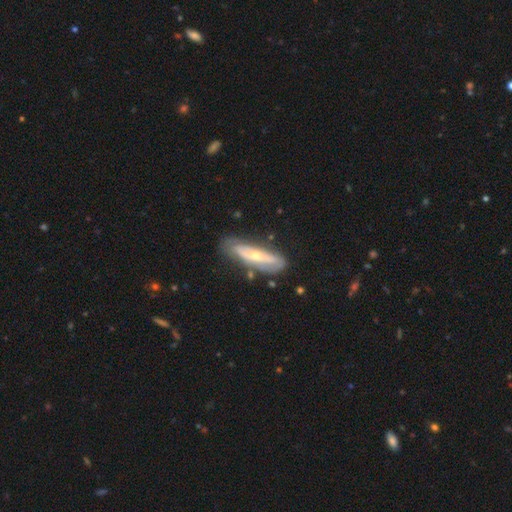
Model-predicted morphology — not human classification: smooth_or_featured: featured or disk (p=0.64) [alt: smooth p=0.30]
disk_edge_on: no (p=0.67) [alt: yes p=0.33]
merging: none (p=0.66) [alt: minor disturbance p=0.22]